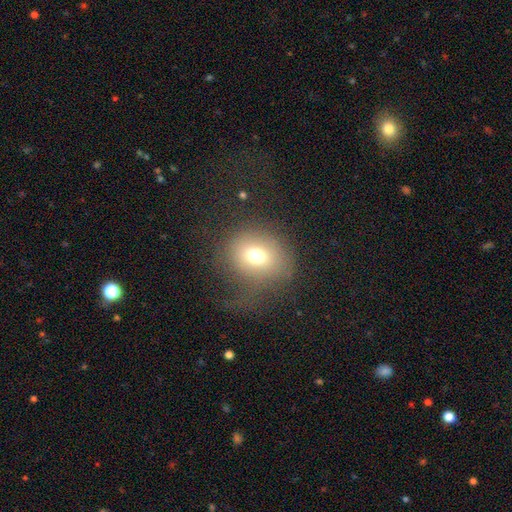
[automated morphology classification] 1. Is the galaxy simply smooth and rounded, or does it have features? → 71% smooth, 15% featured or disk, 14% star or artifact.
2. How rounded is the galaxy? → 67% round, 32% in between, 1% cigar-shaped.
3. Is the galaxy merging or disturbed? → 51% none, 27% major disturbance, 20% minor disturbance, 2% merger.